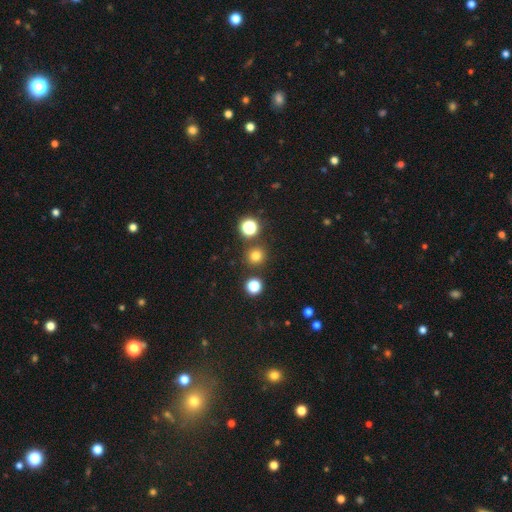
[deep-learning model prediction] smooth 75%, star or artifact 19%, featured or disk 6%. Down the decision tree: how rounded — round (94%); merging — none (85%).